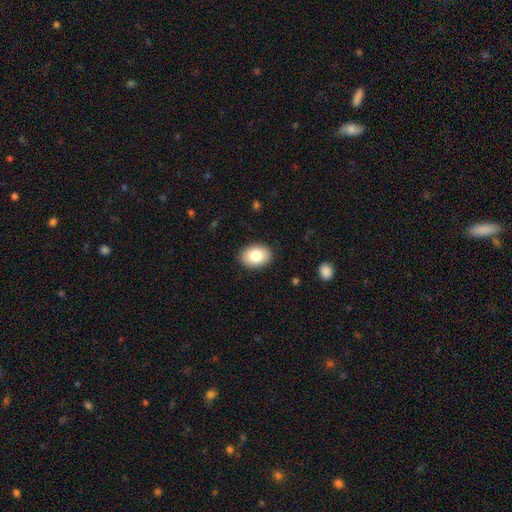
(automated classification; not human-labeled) This is clearly a smooth galaxy (83%). How rounded: likely in between (79%). Merging: clearly none (89%).